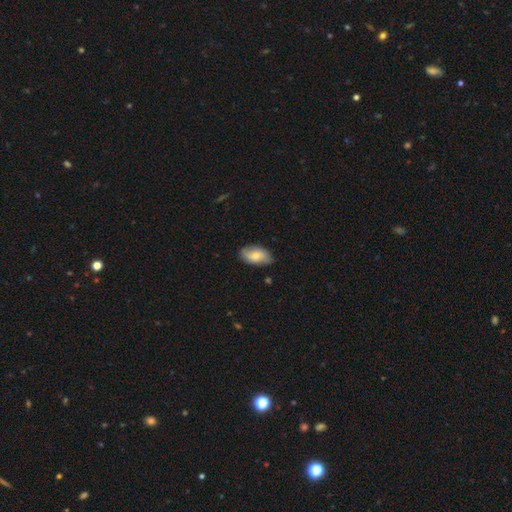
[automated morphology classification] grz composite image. It shows a smooth galaxy with no disk features (64%) that is in between round and cigar-shaped (93%). Merging: none (78%).